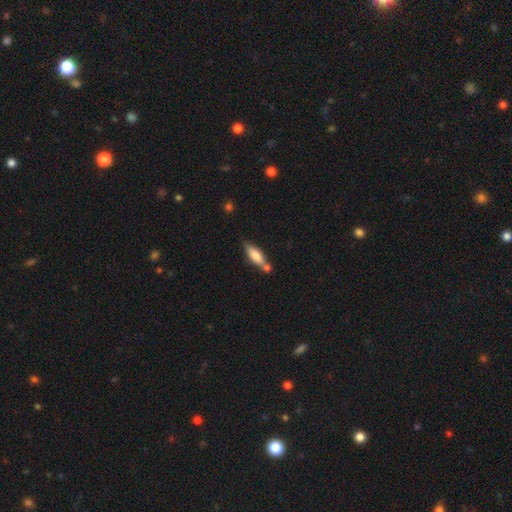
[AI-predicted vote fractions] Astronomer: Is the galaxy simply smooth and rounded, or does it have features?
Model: smooth — 71%.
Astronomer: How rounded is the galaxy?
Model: in between — 50% (runner-up: cigar-shaped, 48%).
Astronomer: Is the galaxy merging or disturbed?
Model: none — 51% (runner-up: merger, 26%).